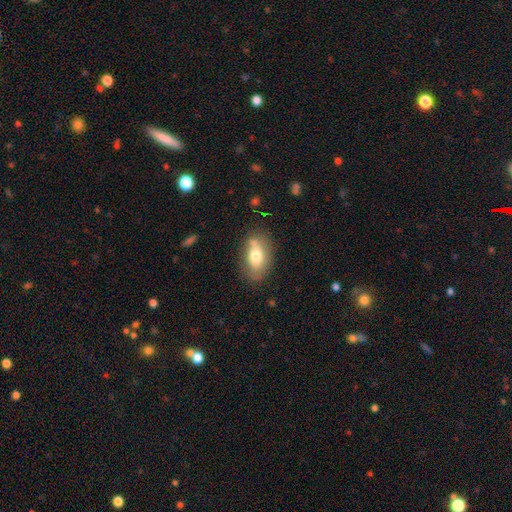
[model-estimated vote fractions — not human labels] Smooth or featured: smooth — 69% (featured or disk — 23%)
How rounded: in between — 88% (round — 7%)
Merging: none — 66% (minor disturbance — 21%)